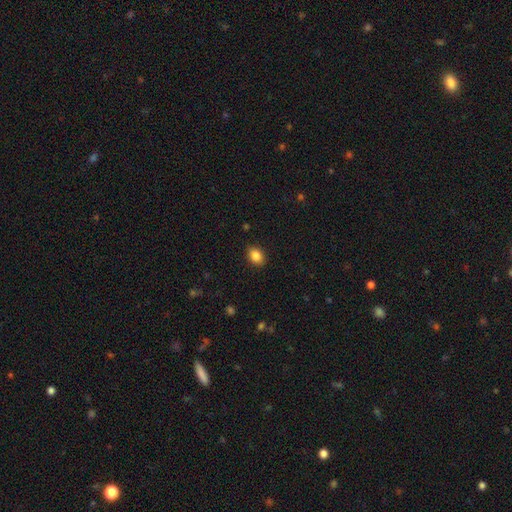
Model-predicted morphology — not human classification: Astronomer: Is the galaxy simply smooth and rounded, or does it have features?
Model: smooth — 86%.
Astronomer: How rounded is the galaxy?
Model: in between — 70%.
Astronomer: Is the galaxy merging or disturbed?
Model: none — 89%.